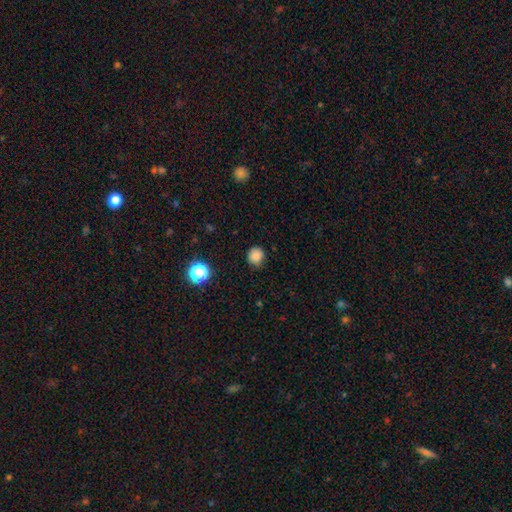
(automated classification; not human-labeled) Smooth or featured? smooth (84%)
How rounded? round (87%)
Merging? none (83%)